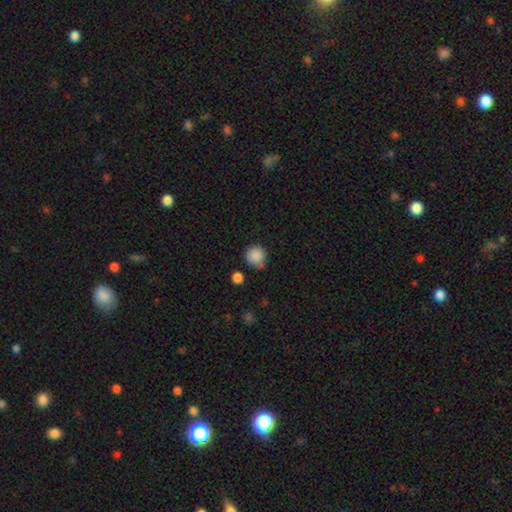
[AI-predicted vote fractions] A smooth galaxy with no disk features (87%) that is round (93%). Merging: none (75%).